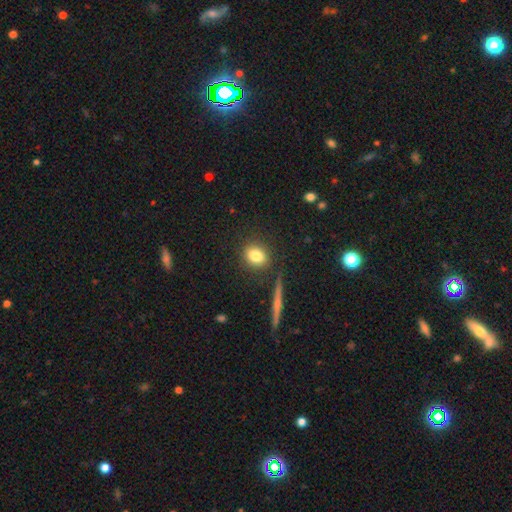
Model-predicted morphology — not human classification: Smooth or featured? Predicted: smooth (p=0.81). How rounded? Predicted: round (p=0.50). Merging? Predicted: none (p=0.85).